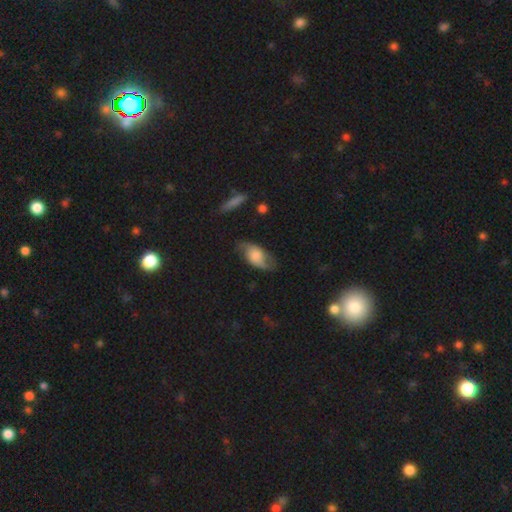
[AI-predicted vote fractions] This appears to be a featured or disk galaxy (49%). Merging: none (67%).